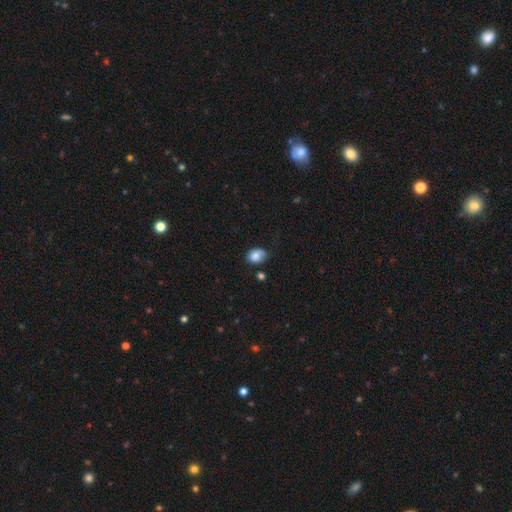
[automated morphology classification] This appears to be a smooth galaxy with no disk features (81%) that is in between round and cigar-shaped (71%). Merging: none (56%).